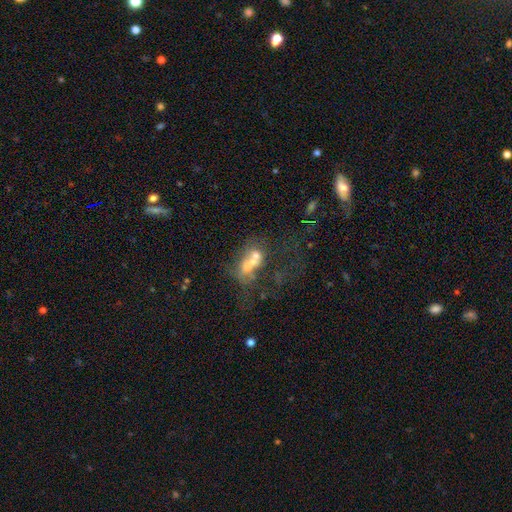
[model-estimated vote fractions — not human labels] Smooth or featured: featured or disk — 42% (smooth — 35%)
Merging: merger — 45% (major disturbance — 26%)